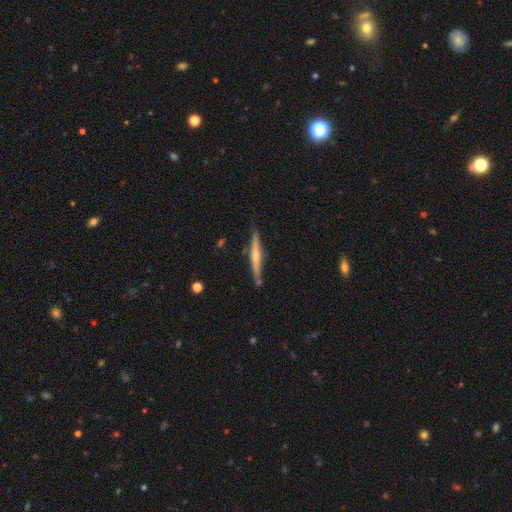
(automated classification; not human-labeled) smooth_or_featured: featured or disk (p=0.64) [alt: smooth p=0.30]
disk_edge_on: yes (p=0.97) [alt: no p=0.03]
edge_on_bulge: rounded (p=0.71) [alt: none p=0.23]
merging: none (p=0.84) [alt: minor disturbance p=0.11]